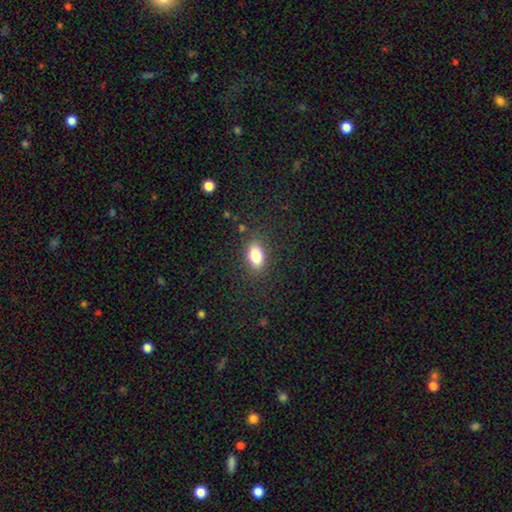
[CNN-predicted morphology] This appears to be a smooth galaxy with no disk features (81%) that is in between round and cigar-shaped (88%). Merging: none (83%).